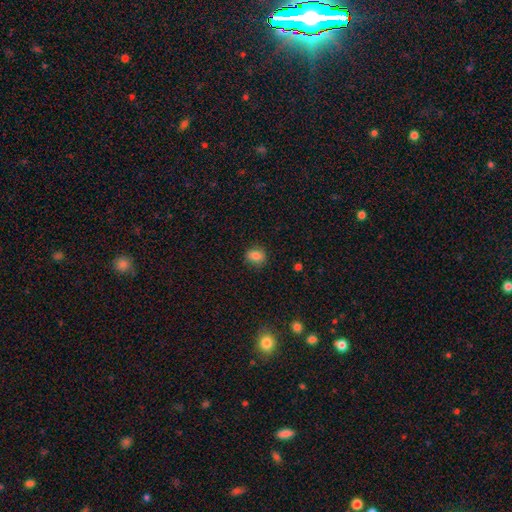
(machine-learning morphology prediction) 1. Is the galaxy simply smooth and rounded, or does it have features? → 82% smooth, 11% star or artifact, 7% featured or disk.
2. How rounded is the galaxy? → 62% round, 37% in between, 1% cigar-shaped.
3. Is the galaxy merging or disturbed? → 82% none, 14% minor disturbance, 3% major disturbance, 1% merger.